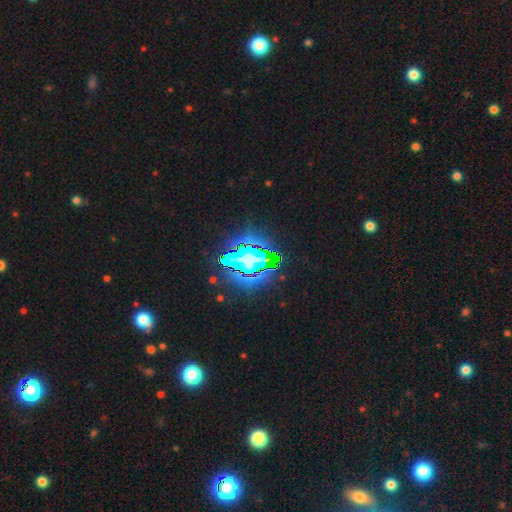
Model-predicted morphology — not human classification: smooth-or-featured: star or artifact: 66% | smooth: 18% | featured or disk: 15%